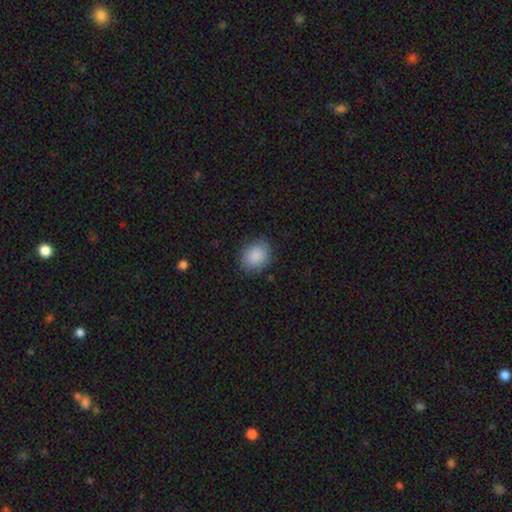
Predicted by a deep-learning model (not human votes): Smooth or featured: smooth — 88% (star or artifact — 7%)
How rounded: round — 59% (in between — 40%)
Merging: none — 82% (minor disturbance — 13%)